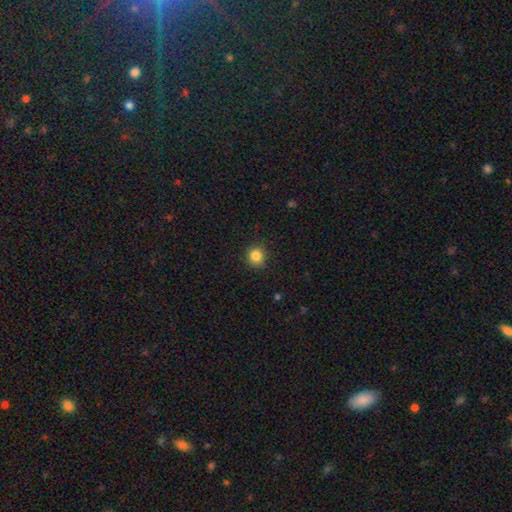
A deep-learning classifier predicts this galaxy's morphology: smooth_or_featured: smooth (p=0.84) [alt: star or artifact p=0.11]
how_rounded: round (p=0.88) [alt: in between p=0.12]
merging: none (p=0.90) [alt: minor disturbance p=0.07]